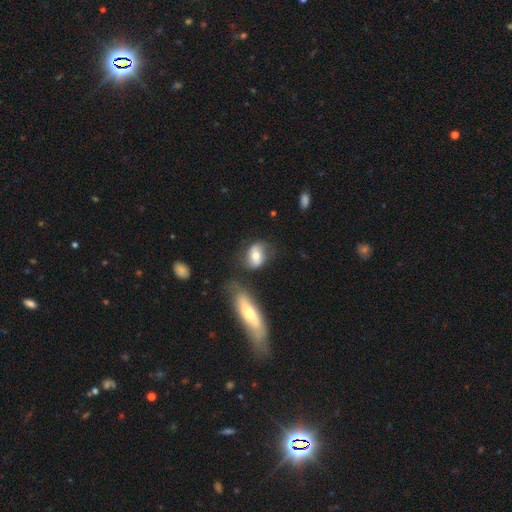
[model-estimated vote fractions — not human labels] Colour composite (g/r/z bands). It shows a smooth galaxy with no disk features (57%) that is in between round and cigar-shaped (69%). Merging: none (59%).